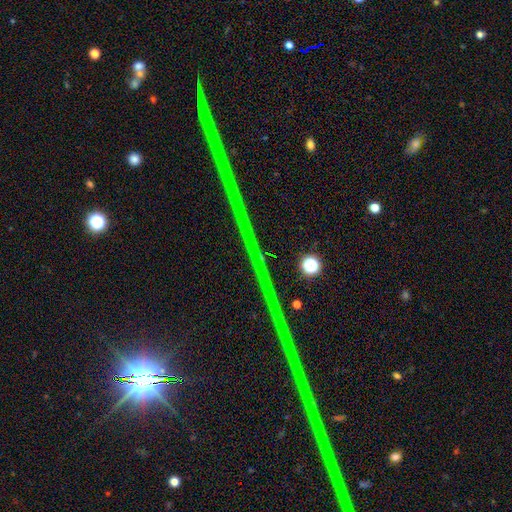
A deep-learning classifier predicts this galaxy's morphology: Smooth or featured? Predicted: star or artifact (p=0.85).